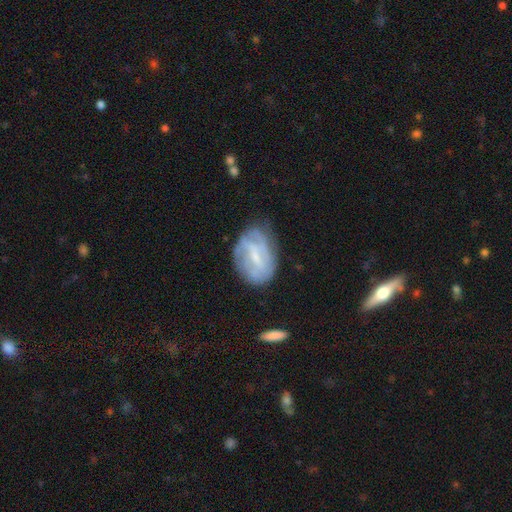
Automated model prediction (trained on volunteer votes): This is likely a featured or disk galaxy (65%). It is clearly not viewed edge-on (95%). Bar: possibly weak (53%). Spiral arm pattern: likely yes (73%). Central bulge: possibly small (55%). Merging: likely none (62%).